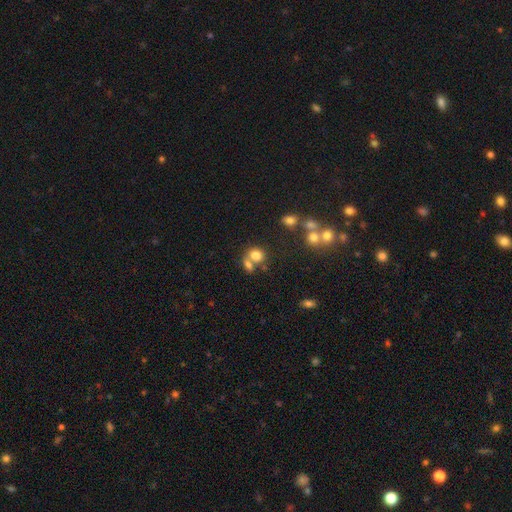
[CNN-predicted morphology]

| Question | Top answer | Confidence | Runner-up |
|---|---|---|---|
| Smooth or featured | smooth | 75% | star or artifact (13%) |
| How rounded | round | 67% | in between (32%) |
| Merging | merger | 43% | none (42%) |